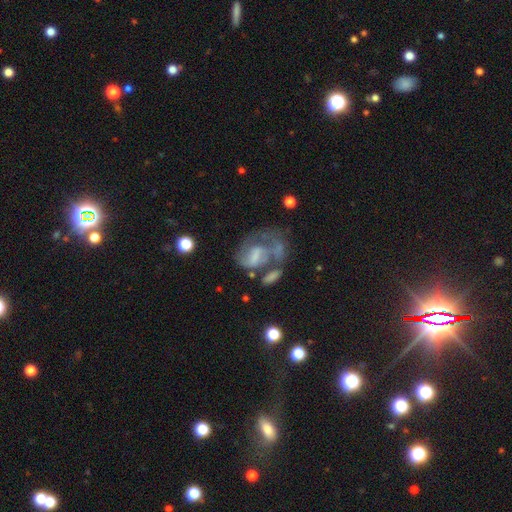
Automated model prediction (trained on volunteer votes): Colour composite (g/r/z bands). It shows a featured or disk galaxy (62%) with no bar (55%), spiral arms (53%) and no central bulge (44%). Merging: major disturbance (36%).